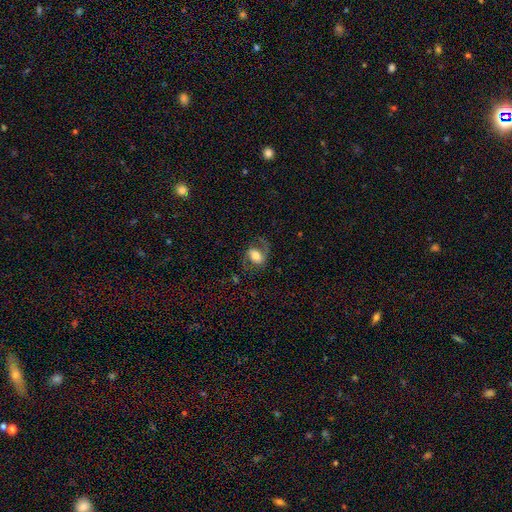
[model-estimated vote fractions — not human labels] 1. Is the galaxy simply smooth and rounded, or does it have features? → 65% featured or disk, 27% smooth, 8% star or artifact.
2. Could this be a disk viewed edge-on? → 96% no, 4% yes.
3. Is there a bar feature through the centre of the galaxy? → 39% weak, 35% no, 25% strong.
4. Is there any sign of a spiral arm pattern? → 89% yes, 11% no.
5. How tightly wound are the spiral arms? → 50% medium, 35% loose, 15% tight.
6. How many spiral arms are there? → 87% 2, 6% 1, 4% can't tell, 1% 3, 1% 4, 1% more than 4.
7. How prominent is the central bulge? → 46% moderate, 33% large, 13% small, 5% dominant, 3% none.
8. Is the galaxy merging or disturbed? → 68% none, 16% minor disturbance, 15% major disturbance, 1% merger.